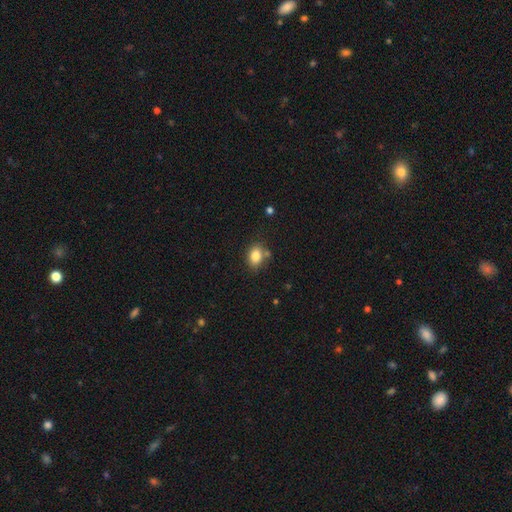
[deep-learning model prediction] This appears to be a smooth galaxy with no disk features (84%) that is in between round and cigar-shaped (72%). Merging: none (69%).